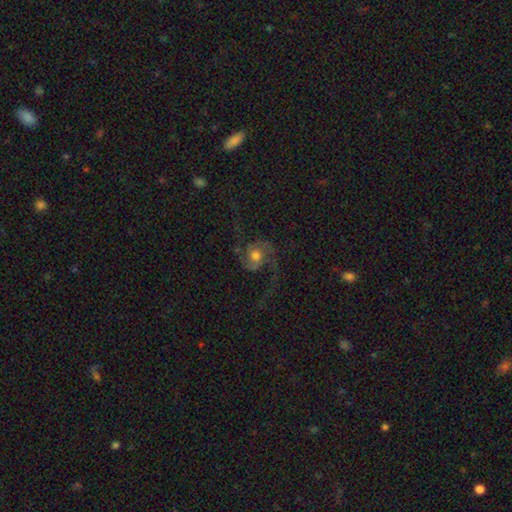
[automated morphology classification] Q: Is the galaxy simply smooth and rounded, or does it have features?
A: featured or disk — 82%.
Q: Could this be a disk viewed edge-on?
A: no — 97%.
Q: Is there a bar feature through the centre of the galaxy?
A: no — 68%.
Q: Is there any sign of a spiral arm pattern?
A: yes — 96%.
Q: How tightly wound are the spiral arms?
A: loose — 56%.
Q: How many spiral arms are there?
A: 2 — 90%.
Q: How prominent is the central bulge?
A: moderate — 67%.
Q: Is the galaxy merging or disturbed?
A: none — 62%.